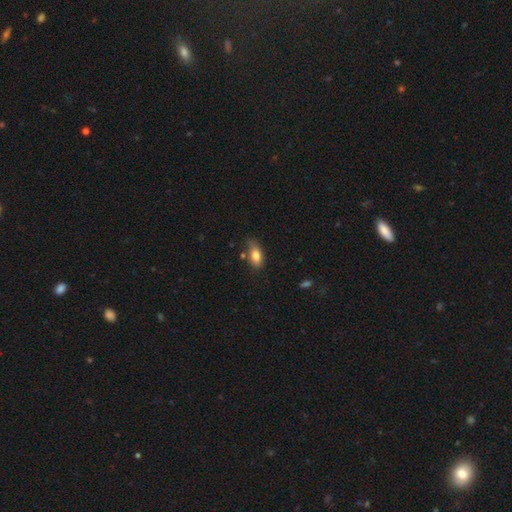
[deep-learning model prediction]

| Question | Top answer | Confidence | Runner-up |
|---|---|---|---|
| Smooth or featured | smooth | 80% | featured or disk (12%) |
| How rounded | in between | 88% | round (6%) |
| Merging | none | 61% | minor disturbance (27%) |